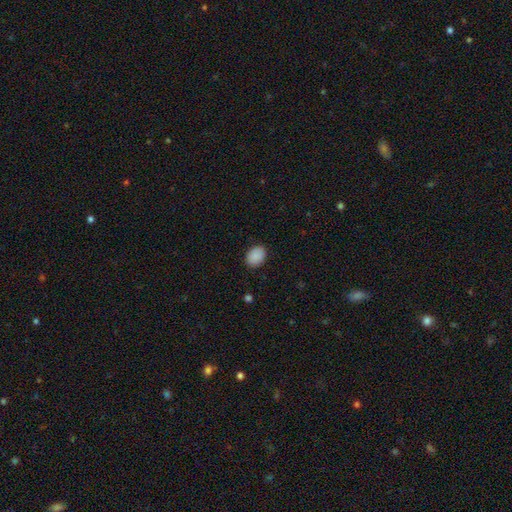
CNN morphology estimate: smooth_or_featured: smooth (p=0.89) [alt: star or artifact p=0.07]
how_rounded: in between (p=0.72) [alt: round p=0.27]
merging: none (p=0.88) [alt: minor disturbance p=0.09]